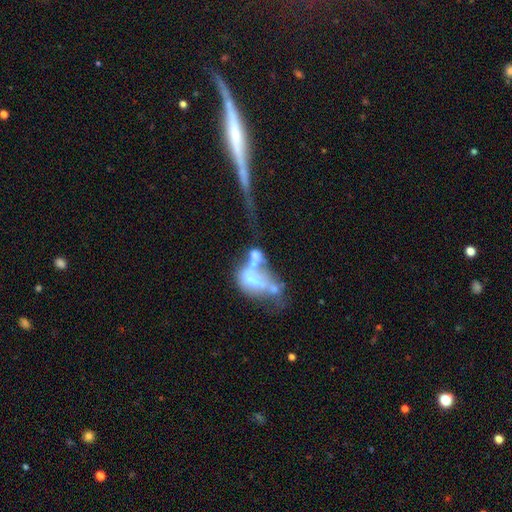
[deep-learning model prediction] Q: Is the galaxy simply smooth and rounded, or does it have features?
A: featured or disk — 57%.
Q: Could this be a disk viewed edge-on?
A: no — 94%.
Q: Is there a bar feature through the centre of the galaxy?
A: no — 80%.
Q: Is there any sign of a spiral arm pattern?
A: no — 91%.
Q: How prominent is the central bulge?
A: none — 47%.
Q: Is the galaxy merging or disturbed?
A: merger — 54%.